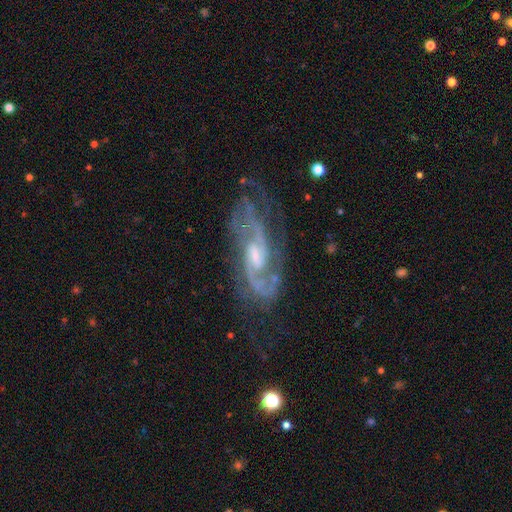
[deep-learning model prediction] Smooth or featured?
  - featured or disk: 90% *
  - star or artifact: 6%
  - smooth: 5%
Edge-on disk?
  - no: 94% *
  - yes: 6%
Bar?
  - weak: 56% *
  - no: 28%
  - strong: 16%
Spiral arms?
  - yes: 97% *
  - no: 3%
Spiral winding?
  - medium: 53% *
  - tight: 29%
  - loose: 19%
Spiral arm count?
  - 2: 68% *
  - can't tell: 12%
  - 3: 10%
  - 1: 4%
  - 4: 3%
  - more than 4: 3%
Bulge size?
  - moderate: 44% *
  - small: 40%
  - none: 10%
  - large: 6%
  - dominant: 1%
Merging?
  - none: 62% *
  - minor disturbance: 20%
  - major disturbance: 16%
  - merger: 3%